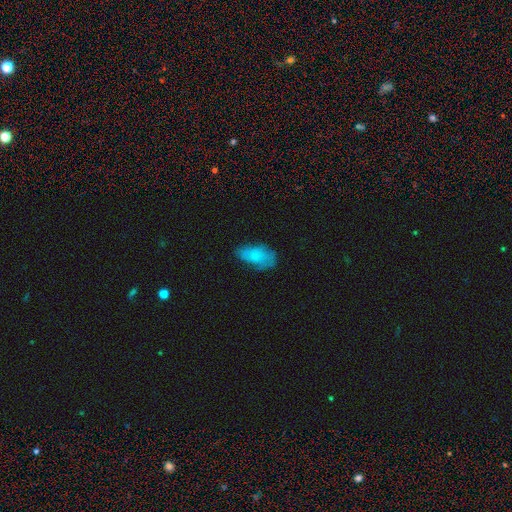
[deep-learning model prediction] smooth_or_featured: smooth (p=0.65) [alt: featured or disk p=0.27]
how_rounded: in between (p=0.91) [alt: round p=0.05]
merging: none (p=0.50) [alt: minor disturbance p=0.33]